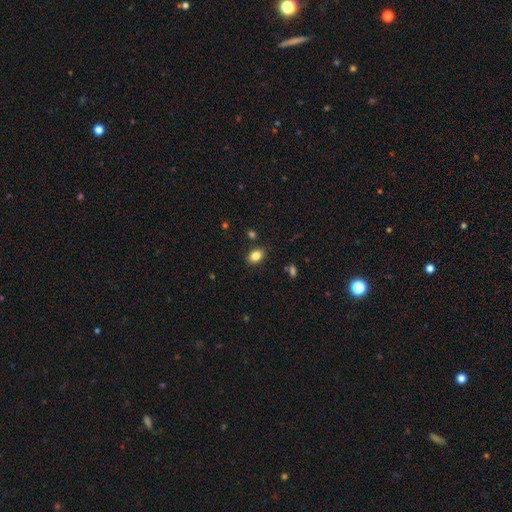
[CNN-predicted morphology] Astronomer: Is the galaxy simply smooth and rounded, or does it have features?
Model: smooth — 83%.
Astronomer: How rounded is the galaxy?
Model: in between — 78%.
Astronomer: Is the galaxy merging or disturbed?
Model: none — 85%.